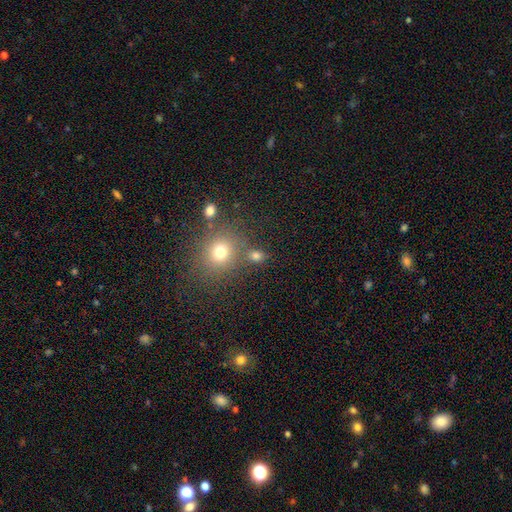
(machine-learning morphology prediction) Smooth or featured?
  - smooth: 71% *
  - star or artifact: 20%
  - featured or disk: 9%
How rounded?
  - round: 58% *
  - in between: 40%
  - cigar-shaped: 2%
Merging?
  - none: 70% *
  - merger: 14%
  - minor disturbance: 10%
  - major disturbance: 5%